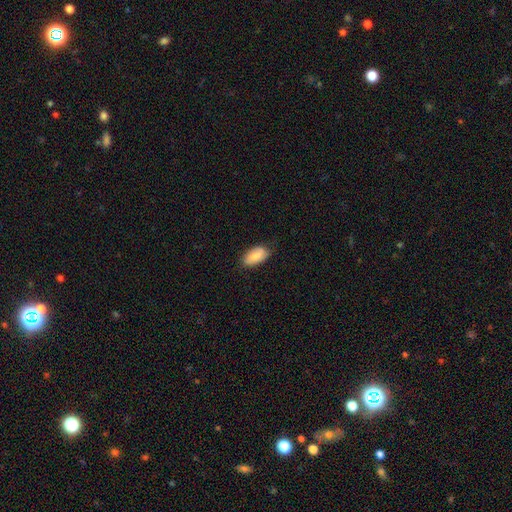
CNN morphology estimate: Smooth or featured? smooth (82%)
How rounded? in between (94%)
Merging? none (76%)